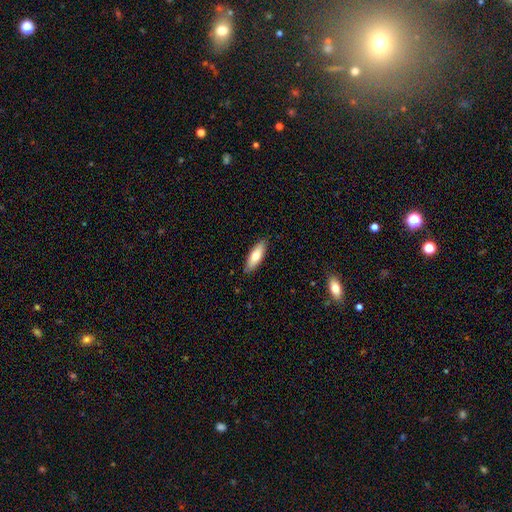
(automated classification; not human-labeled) A smooth galaxy with no disk features (72%) that is in between round and cigar-shaped (61%).

Vote fractions:
- Smooth or featured? smooth: 72% / featured or disk: 22% / star or artifact: 6%
- How rounded? in between: 61% / cigar-shaped: 37% / round: 2%
- Merging? none: 88% / minor disturbance: 9% / major disturbance: 2% / merger: 1%